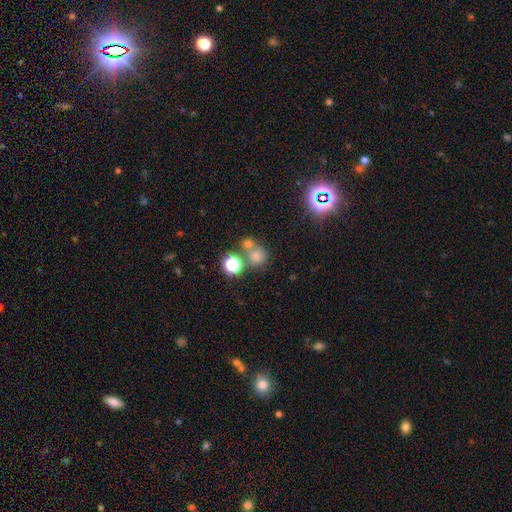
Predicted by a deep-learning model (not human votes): Morphology: type=smooth (68%); roundness=round (85%); merging=none (52%).